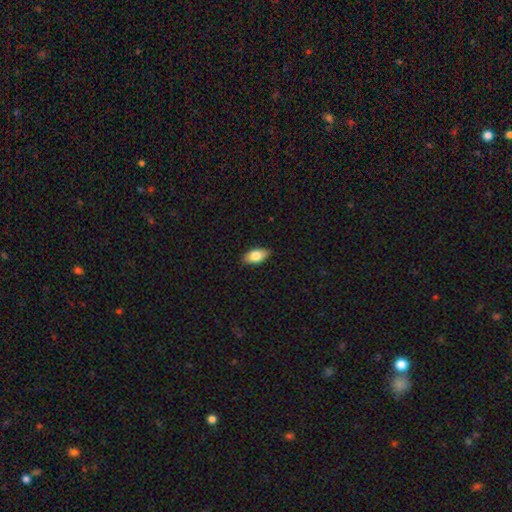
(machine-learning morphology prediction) The model was most divided on "smooth or featured": smooth: 80%, featured or disk: 13%, star or artifact: 7%. More confident: how rounded — in between (91%); merging — none (87%).